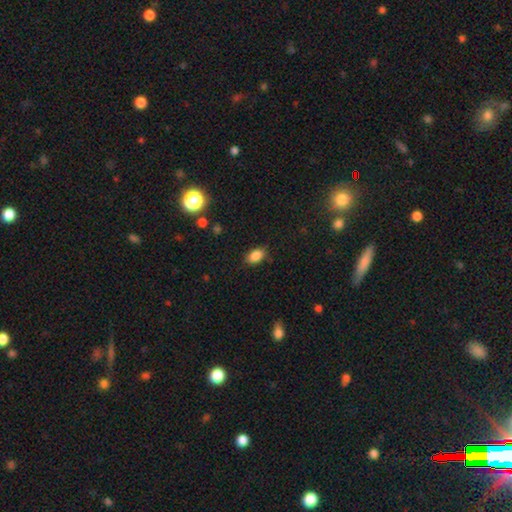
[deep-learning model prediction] smooth-or-featured: smooth: 86% | star or artifact: 10% | featured or disk: 5%
  how-rounded: in between: 87% | round: 11% | cigar-shaped: 2%
  merging: none: 83% | minor disturbance: 13% | major disturbance: 3% | merger: 1%